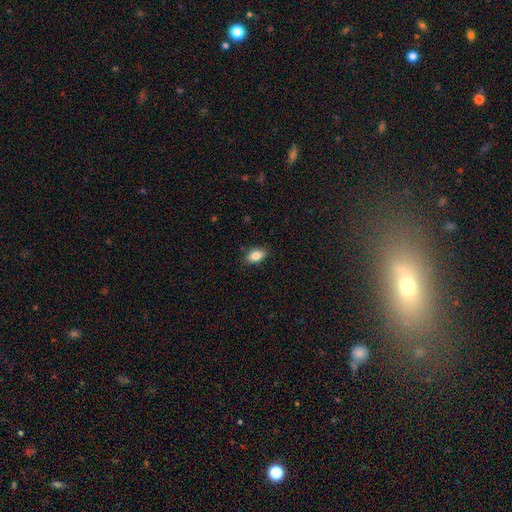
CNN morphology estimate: smooth_or_featured: smooth (p=0.84) [alt: featured or disk p=0.08]
how_rounded: in between (p=0.88) [alt: round p=0.09]
merging: none (p=0.85) [alt: minor disturbance p=0.12]